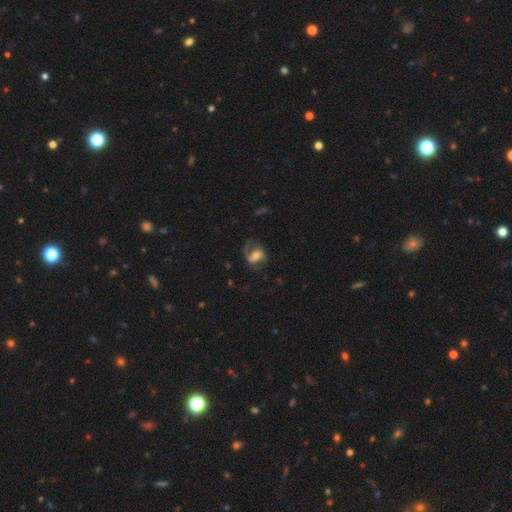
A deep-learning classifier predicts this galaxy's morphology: Smooth or featured: featured or disk — 72% (smooth — 21%)
Edge-on disk: no — 97% (yes — 3%)
Bar: weak — 40% (no — 33%)
Spiral arms: yes — 88% (no — 12%)
Spiral winding: medium — 48% (loose — 36%)
Spiral arm count: 2 — 74% (1 — 16%)
Bulge size: moderate — 54% (small — 25%)
Merging: none — 58% (major disturbance — 21%)